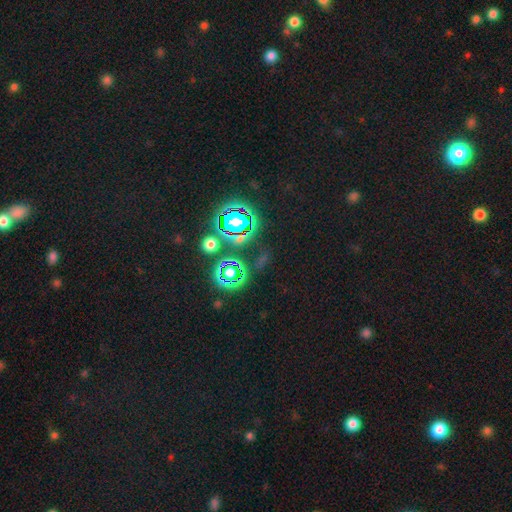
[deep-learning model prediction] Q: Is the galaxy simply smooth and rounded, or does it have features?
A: star or artifact — 77%.